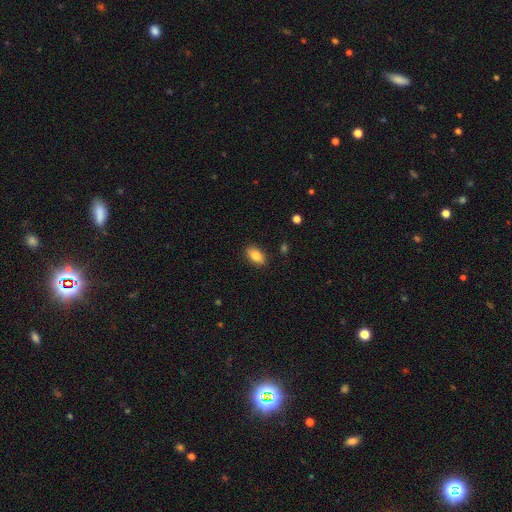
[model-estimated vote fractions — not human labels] The model was most divided on "smooth or featured": smooth: 84%, featured or disk: 9%, star or artifact: 8%. More confident: how rounded — in between (90%); merging — none (88%).